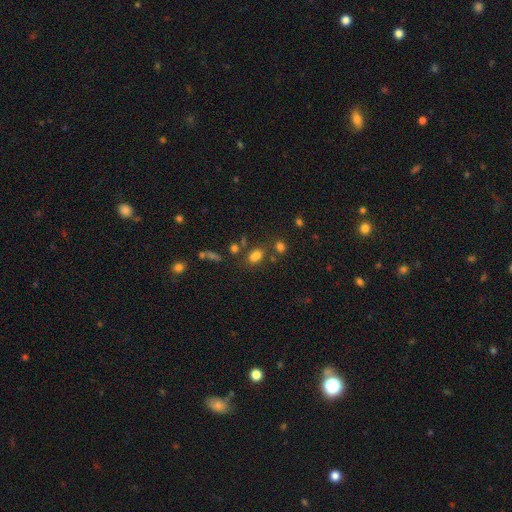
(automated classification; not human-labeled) smooth-or-featured: smooth: 77% | star or artifact: 16% | featured or disk: 7%
  how-rounded: in between: 81% | round: 16% | cigar-shaped: 3%
  merging: none: 67% | minor disturbance: 14% | merger: 13% | major disturbance: 6%